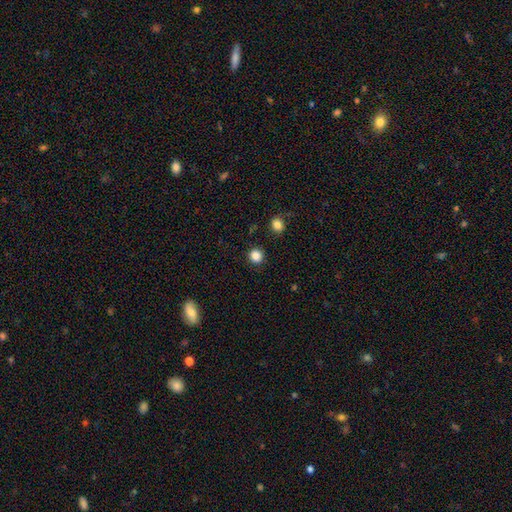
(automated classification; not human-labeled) A smooth galaxy with no disk features (85%) that is round (91%).

Vote fractions:
- Smooth or featured? smooth: 85% / star or artifact: 11% / featured or disk: 3%
- How rounded? round: 91% / in between: 8% / cigar-shaped: 1%
- Merging? none: 91% / minor disturbance: 6% / major disturbance: 2% / merger: 2%